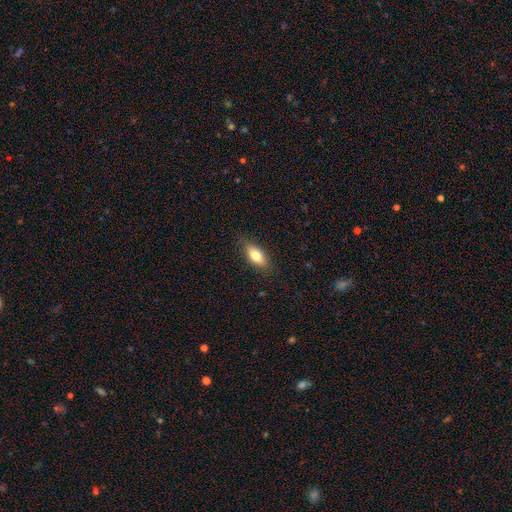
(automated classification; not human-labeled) Smooth or featured? smooth (73%)
How rounded? in between (79%)
Merging? none (83%)